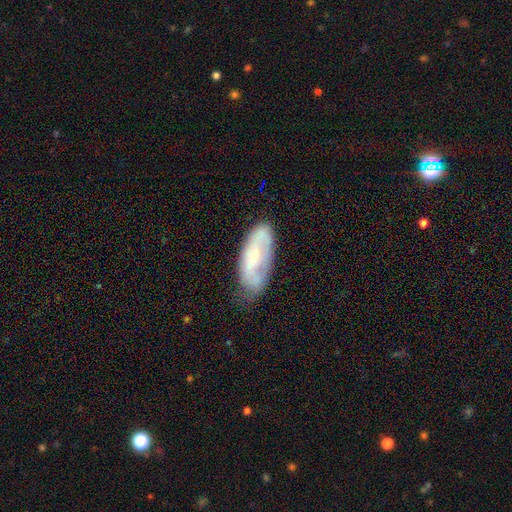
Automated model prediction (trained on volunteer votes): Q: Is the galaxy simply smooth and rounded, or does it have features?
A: featured or disk — 47%.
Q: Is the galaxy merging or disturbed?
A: none — 66%.